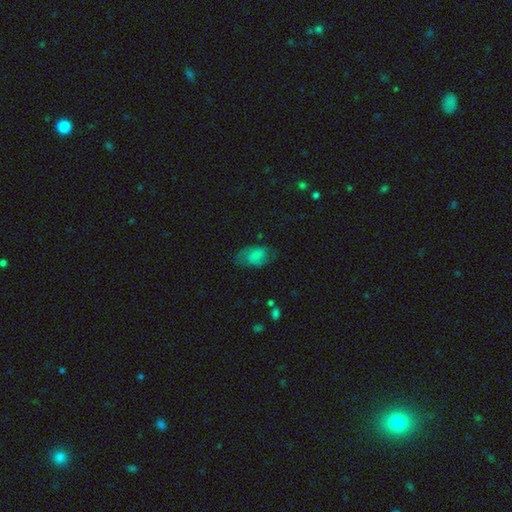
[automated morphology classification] smooth-or-featured: smooth: 62% | featured or disk: 29% | star or artifact: 9%
  how-rounded: in between: 87% | round: 12% | cigar-shaped: 2%
  merging: none: 55% | minor disturbance: 28% | major disturbance: 15% | merger: 2%